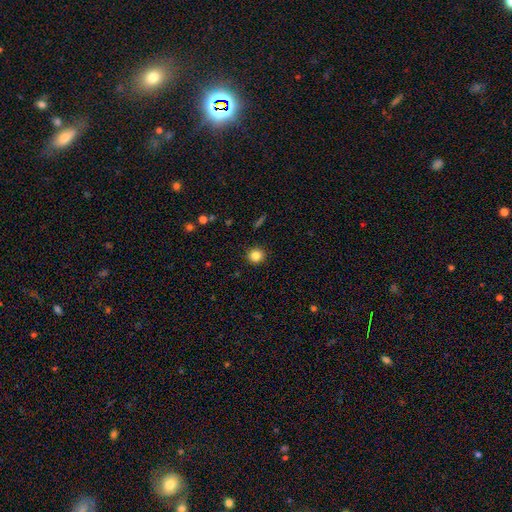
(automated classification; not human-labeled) A smooth galaxy with no disk features (84%) that is round (93%). Merging: none (92%).